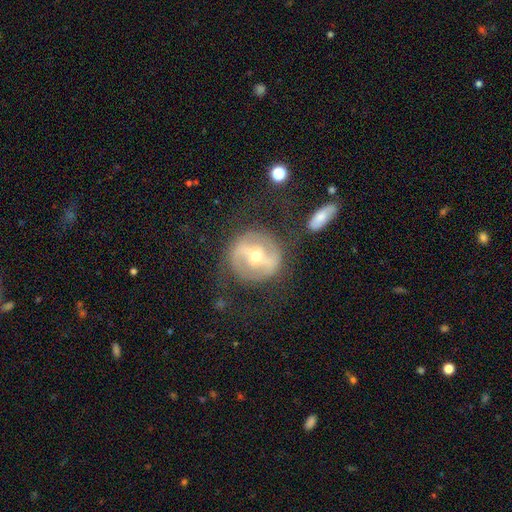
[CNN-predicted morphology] This appears to be a featured or disk galaxy (71%) with a strong bar (54%), spiral arms (55%) and a moderate central bulge (64%). Merging: none (73%).